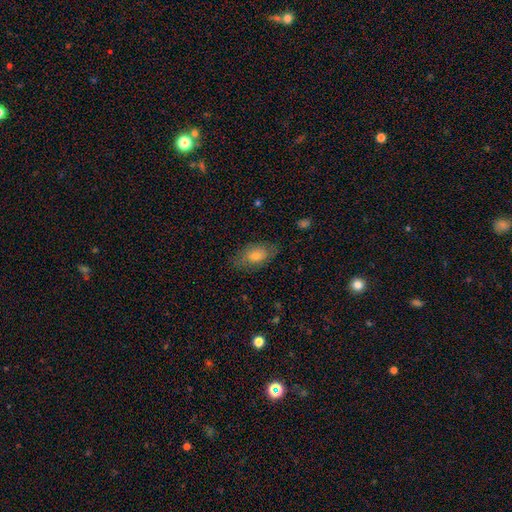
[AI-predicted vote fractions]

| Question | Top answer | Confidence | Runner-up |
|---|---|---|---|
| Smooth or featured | smooth | 58% | featured or disk (31%) |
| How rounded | in between | 87% | round (9%) |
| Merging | none | 76% | minor disturbance (17%) |